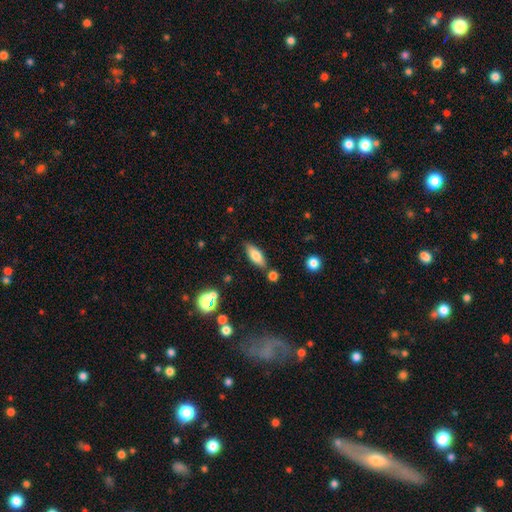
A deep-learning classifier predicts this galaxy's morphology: A smooth galaxy with no disk features (74%) that is in between round and cigar-shaped (71%). Merging: none (78%).